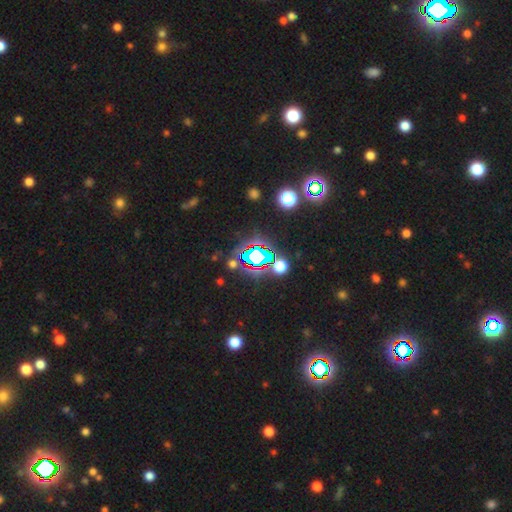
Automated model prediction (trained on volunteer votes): This is likely a star or artifact rather than a galaxy (69%).